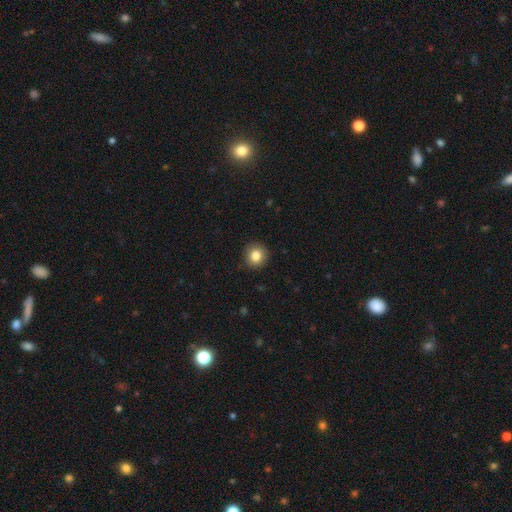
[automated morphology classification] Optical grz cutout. It shows a smooth galaxy with no disk features (83%) that is round (91%). Merging: none (91%).